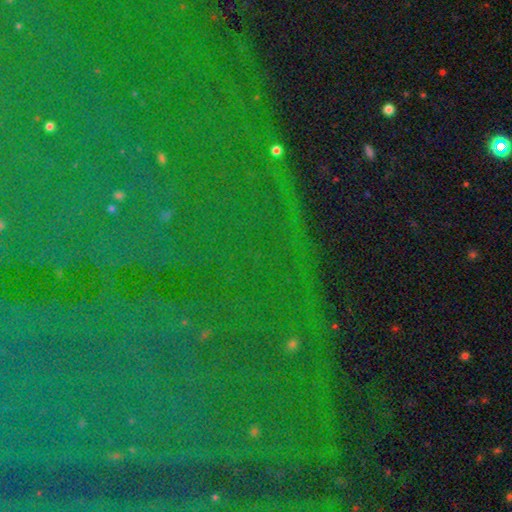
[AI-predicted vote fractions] The model was most divided on "smooth or featured": star or artifact: 85%, featured or disk: 8%, smooth: 7%.